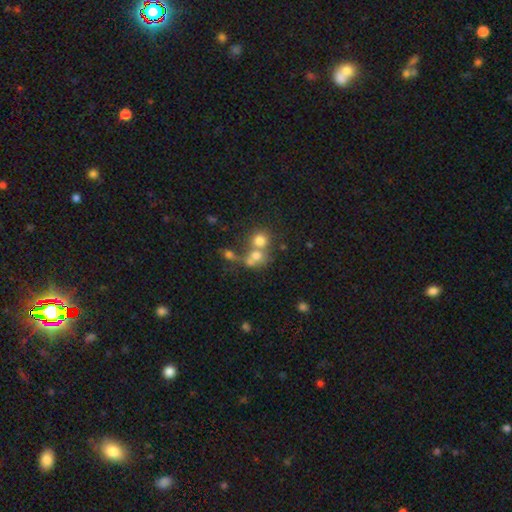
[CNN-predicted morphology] Overall: smooth (64%). How rounded: round (75%). Merging: merger (56%; none 32%).